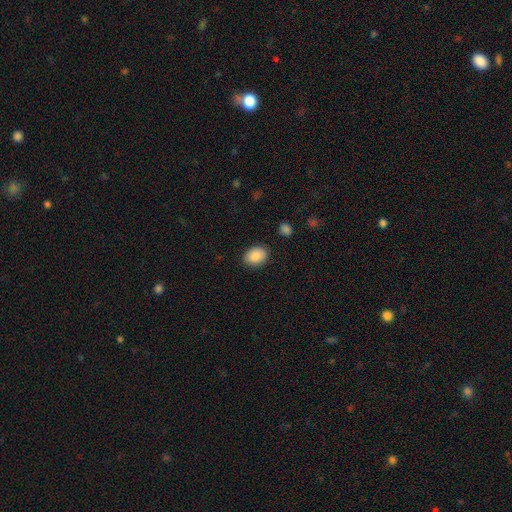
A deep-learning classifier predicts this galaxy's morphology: The model was most divided on "how rounded": in between: 69%, round: 30%, cigar-shaped: 1%. More confident: smooth or featured — smooth (89%); merging — none (87%).